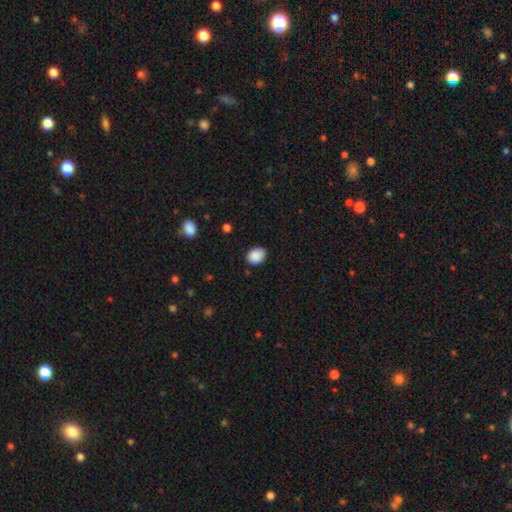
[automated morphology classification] smooth-or-featured: smooth: 89% | star or artifact: 8% | featured or disk: 3%
  how-rounded: in between: 56% | round: 44% | cigar-shaped: 1%
  merging: none: 84% | minor disturbance: 12% | major disturbance: 2% | merger: 1%